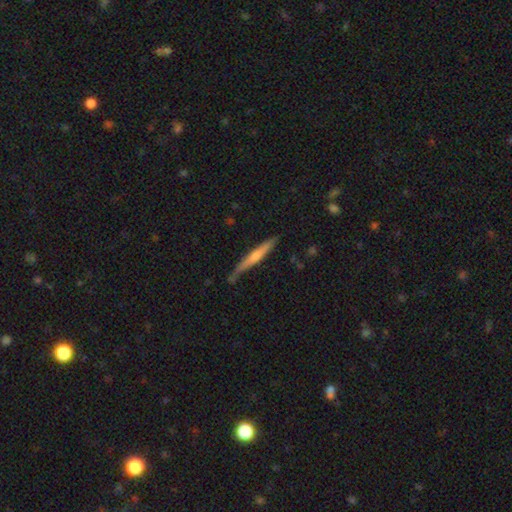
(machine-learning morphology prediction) A featured or disk galaxy (62%) viewed edge-on (97%) with a rounded central bulge (66%). Merging: none (80%).